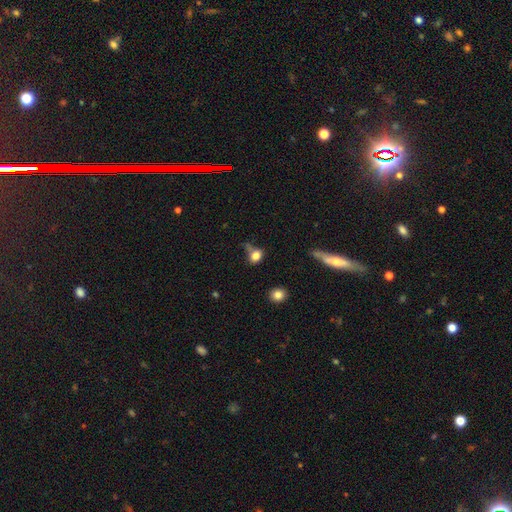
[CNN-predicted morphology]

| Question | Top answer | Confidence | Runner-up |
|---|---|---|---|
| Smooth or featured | smooth | 78% | star or artifact (11%) |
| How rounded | round | 49% | in between (48%) |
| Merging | none | 42% | minor disturbance (27%) |